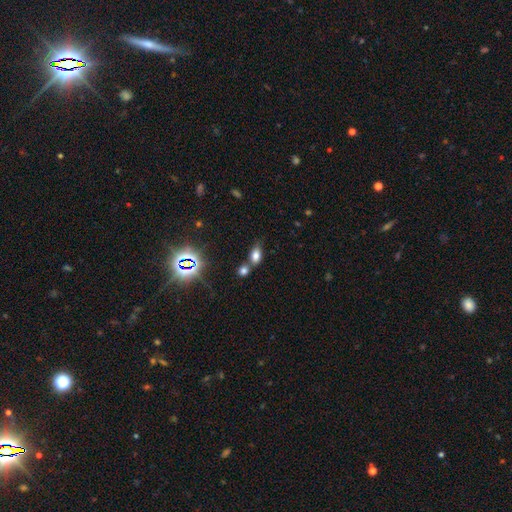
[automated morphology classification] smooth-or-featured: smooth: 72% | star or artifact: 18% | featured or disk: 10%
  how-rounded: in between: 83% | round: 13% | cigar-shaped: 4%
  merging: none: 52% | merger: 29% | minor disturbance: 14% | major disturbance: 5%